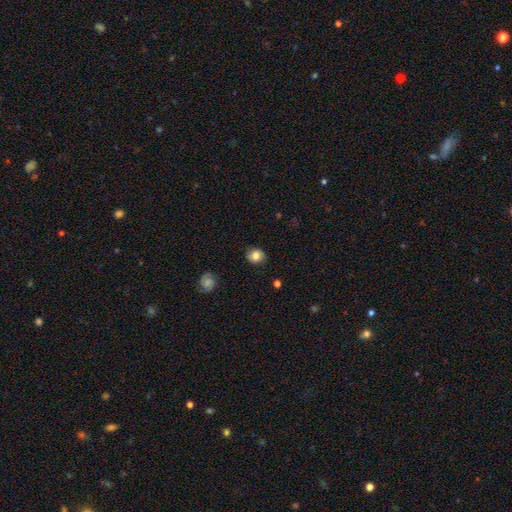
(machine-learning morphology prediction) Q: Smooth or featured?
A: smooth (81%); runner-up: featured or disk (10%)
Q: How rounded?
A: round (76%); runner-up: in between (23%)
Q: Merging?
A: none (86%); runner-up: minor disturbance (11%)